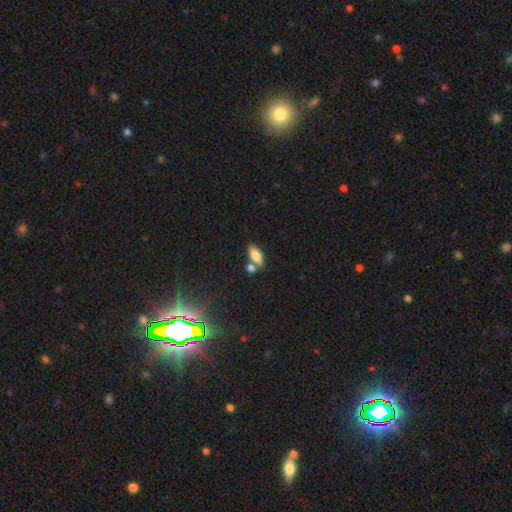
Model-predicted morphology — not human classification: Smooth or featured? smooth (79%)
How rounded? in between (85%)
Merging? none (59%)